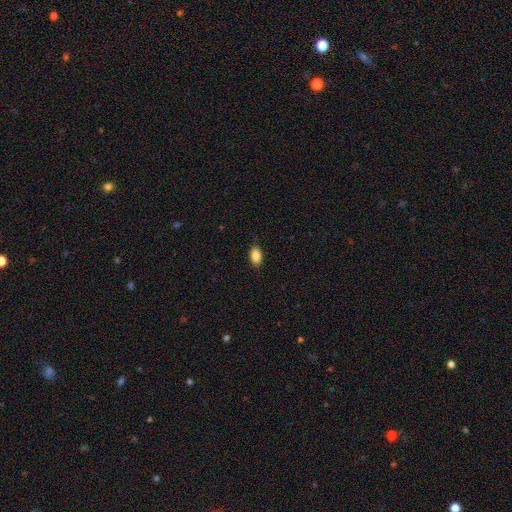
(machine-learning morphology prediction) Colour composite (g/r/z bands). It shows a smooth galaxy with no disk features (87%) that is in between round and cigar-shaped (90%). Merging: none (83%).